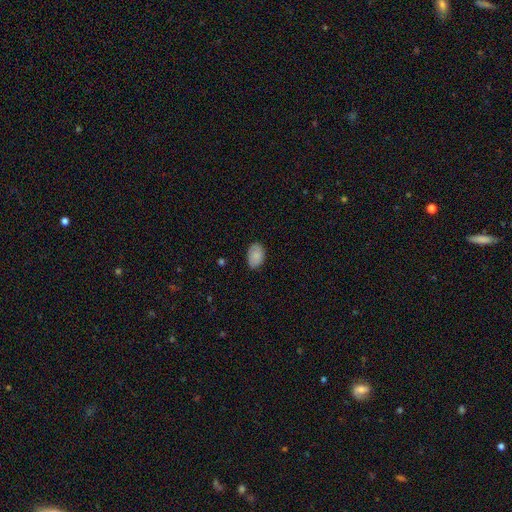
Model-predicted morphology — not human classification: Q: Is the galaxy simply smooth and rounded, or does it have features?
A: smooth — 85%.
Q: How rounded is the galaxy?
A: in between — 88%.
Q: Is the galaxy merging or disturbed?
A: none — 79%.